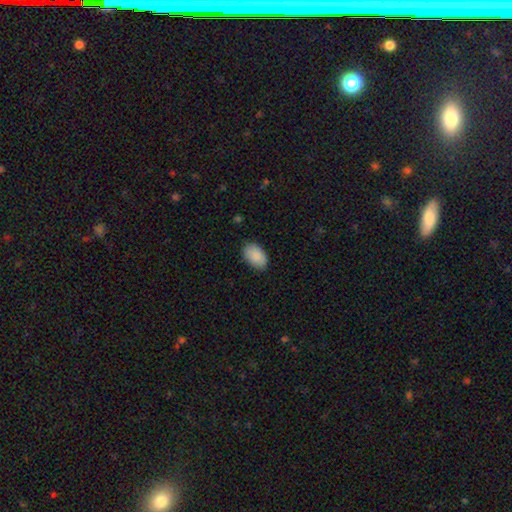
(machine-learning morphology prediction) smooth-or-featured: smooth: 90% | star or artifact: 6% | featured or disk: 4%
  how-rounded: in between: 92% | round: 7% | cigar-shaped: 1%
  merging: none: 84% | minor disturbance: 13% | major disturbance: 3% | merger: 1%